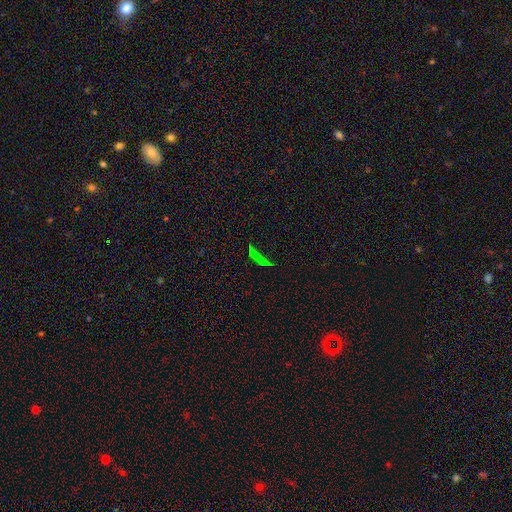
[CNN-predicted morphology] star or artifact 56%, smooth 24%, featured or disk 20%.